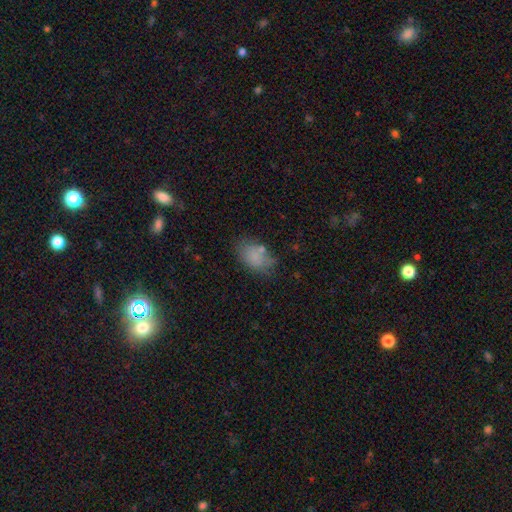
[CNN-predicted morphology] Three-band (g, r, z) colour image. It shows a smooth galaxy with no disk features (78%) that is in between round and cigar-shaped (88%). Merging: none (66%).